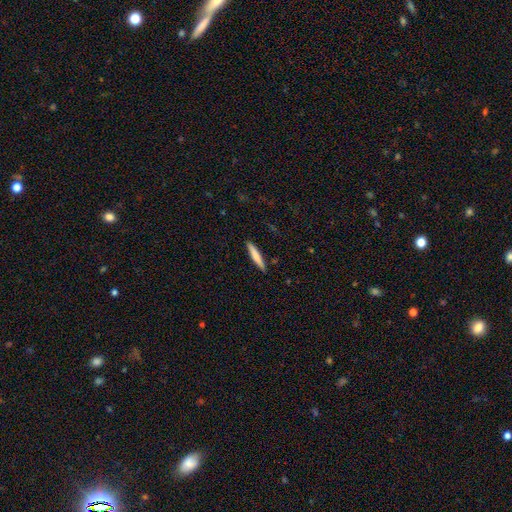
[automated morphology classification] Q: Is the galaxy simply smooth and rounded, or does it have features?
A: smooth — 73%.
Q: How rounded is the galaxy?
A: cigar-shaped — 93%.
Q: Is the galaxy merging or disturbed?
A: none — 89%.